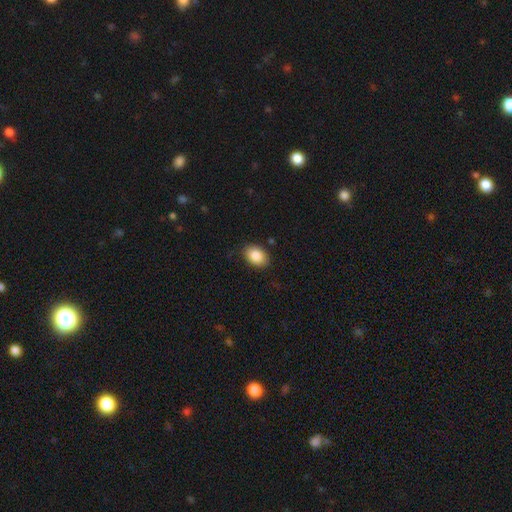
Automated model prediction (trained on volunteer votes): A smooth galaxy with no disk features (87%) that is in between round and cigar-shaped (80%). Merging: none (87%).